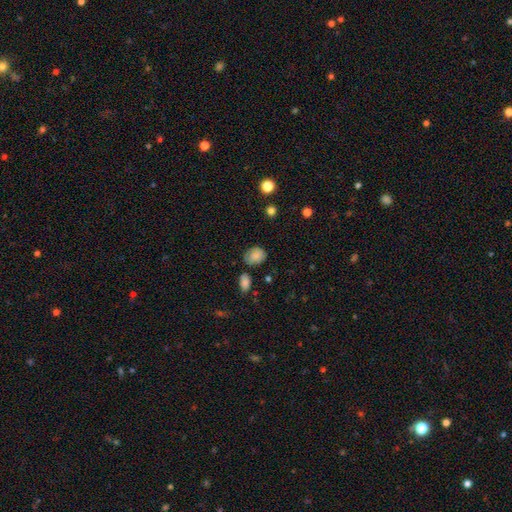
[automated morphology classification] smooth-or-featured: smooth: 83% | star or artifact: 9% | featured or disk: 8%
  how-rounded: in between: 51% | round: 48% | cigar-shaped: 1%
  merging: none: 63% | minor disturbance: 26% | major disturbance: 6% | merger: 5%